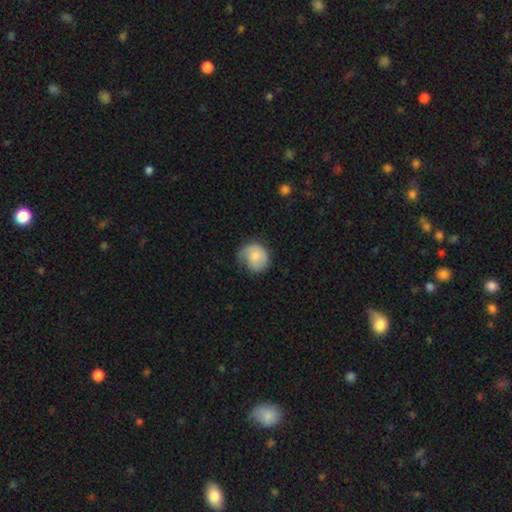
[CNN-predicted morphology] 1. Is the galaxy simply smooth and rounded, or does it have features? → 68% smooth, 25% featured or disk, 6% star or artifact.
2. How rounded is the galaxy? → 74% round, 25% in between, 1% cigar-shaped.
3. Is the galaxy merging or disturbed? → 47% none, 33% minor disturbance, 18% major disturbance, 2% merger.